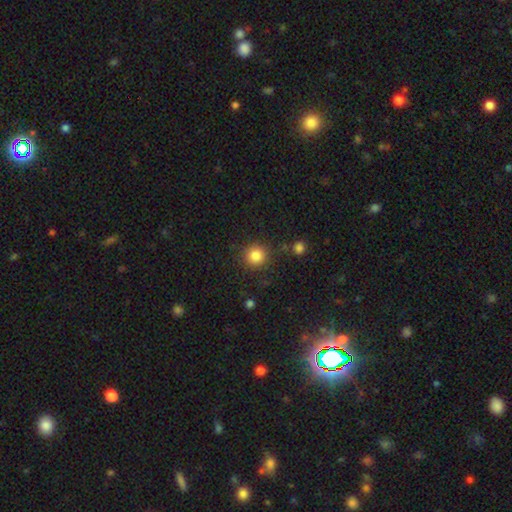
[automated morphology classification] The model was most divided on "smooth or featured": smooth: 84%, star or artifact: 11%, featured or disk: 5%. More confident: how rounded — round (93%); merging — none (86%).